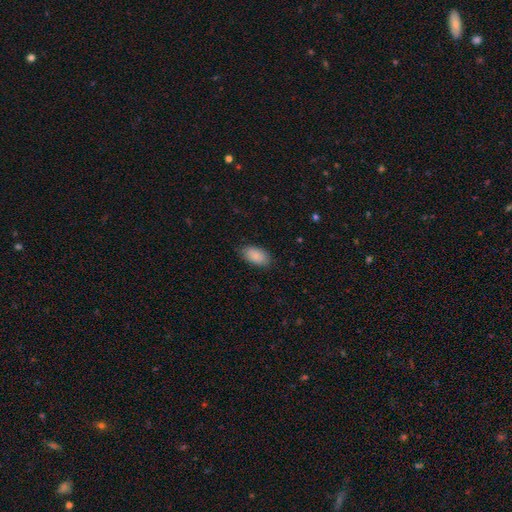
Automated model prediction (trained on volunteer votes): A smooth galaxy with no disk features (88%) that is in between round and cigar-shaped (94%). Merging: none (82%).